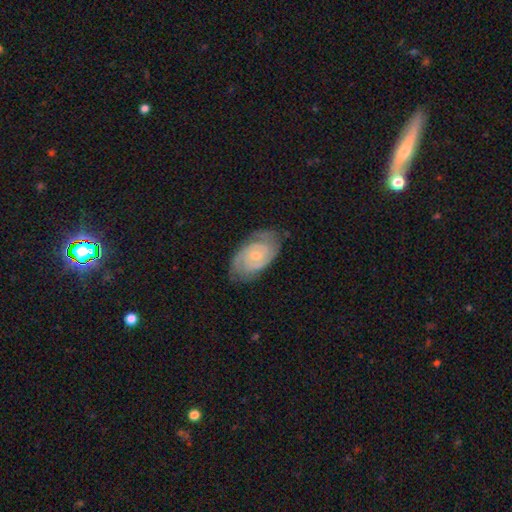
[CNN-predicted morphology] Smooth or featured: featured or disk — 85% (smooth — 10%)
Edge-on disk: no — 96% (yes — 4%)
Bar: no — 67% (weak — 28%)
Spiral arms: yes — 96% (no — 4%)
Spiral winding: tight — 69% (medium — 26%)
Spiral arm count: 2 — 69% (can't tell — 14%)
Bulge size: small — 54% (moderate — 43%)
Merging: none — 76% (minor disturbance — 18%)